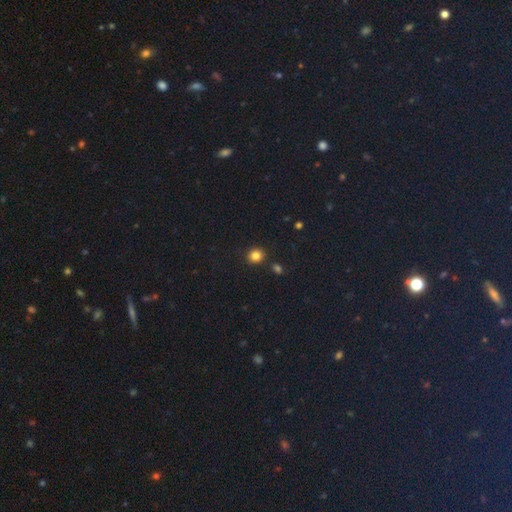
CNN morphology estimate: Smooth or featured? smooth (83%)
How rounded? round (84%)
Merging? none (86%)